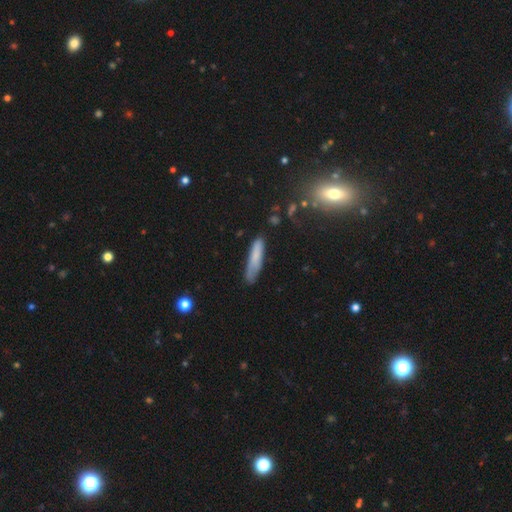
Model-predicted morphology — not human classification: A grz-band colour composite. It shows a smooth galaxy with no disk features (73%) that is cigar-shaped (83%). Merging: none (67%).